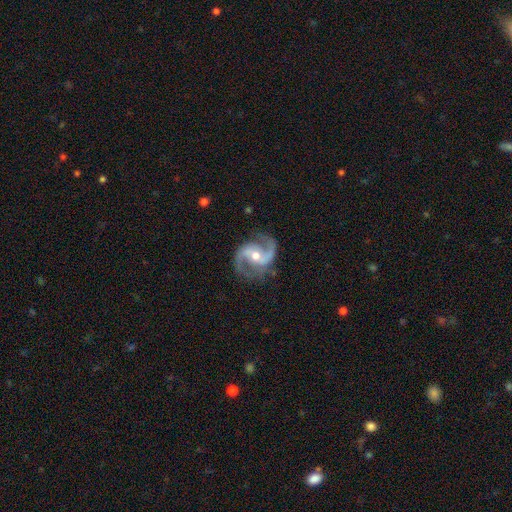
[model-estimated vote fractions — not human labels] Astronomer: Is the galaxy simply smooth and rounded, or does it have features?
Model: featured or disk — 92%.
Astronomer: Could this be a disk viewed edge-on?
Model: no — 98%.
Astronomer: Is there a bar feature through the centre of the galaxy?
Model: weak — 43% (runner-up: no, 33%).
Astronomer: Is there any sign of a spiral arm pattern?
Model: yes — 98%.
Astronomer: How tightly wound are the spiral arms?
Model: medium — 59%.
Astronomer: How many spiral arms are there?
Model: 2 — 93%.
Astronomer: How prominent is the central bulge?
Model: moderate — 67%.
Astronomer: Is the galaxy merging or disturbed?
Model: none — 81%.